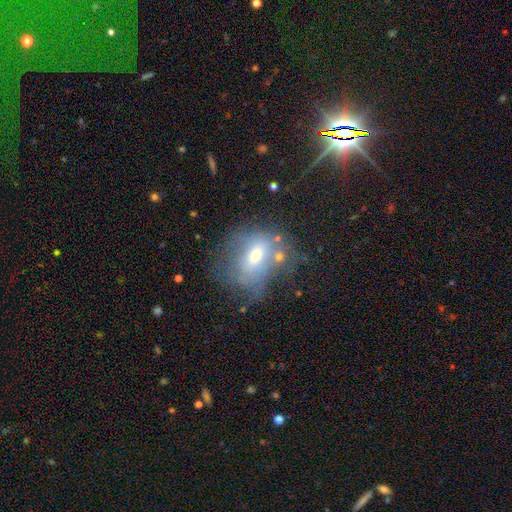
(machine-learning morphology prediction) Smooth or featured?
  - smooth: 46% *
  - featured or disk: 41%
  - star or artifact: 13%
Merging?
  - none: 38% *
  - major disturbance: 26%
  - minor disturbance: 25%
  - merger: 11%